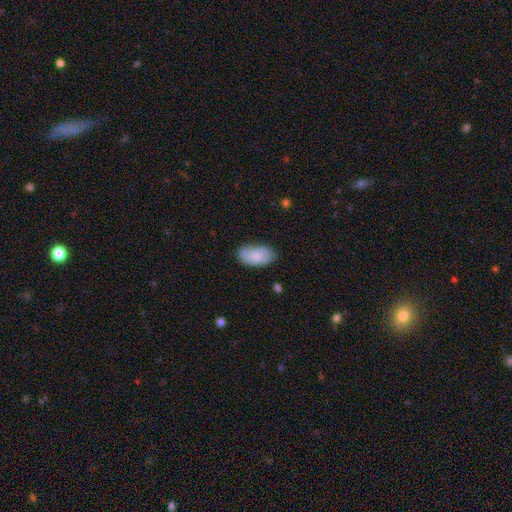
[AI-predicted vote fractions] smooth-or-featured: smooth: 79% | featured or disk: 14% | star or artifact: 6%
  how-rounded: in between: 94% | round: 4% | cigar-shaped: 2%
  merging: none: 66% | minor disturbance: 25% | major disturbance: 5% | merger: 3%